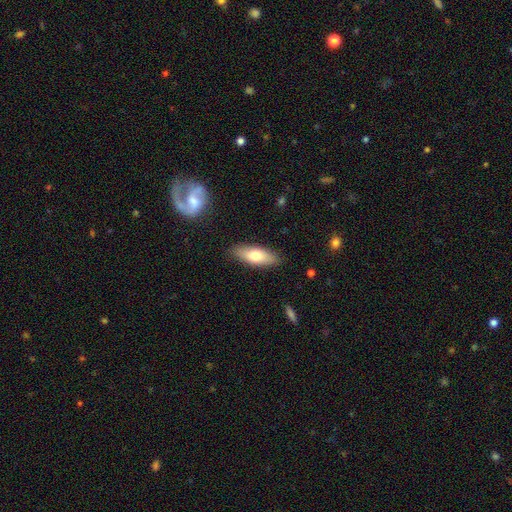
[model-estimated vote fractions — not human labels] A smooth galaxy with no disk features (70%) that is in between round and cigar-shaped (69%). Merging: none (86%).